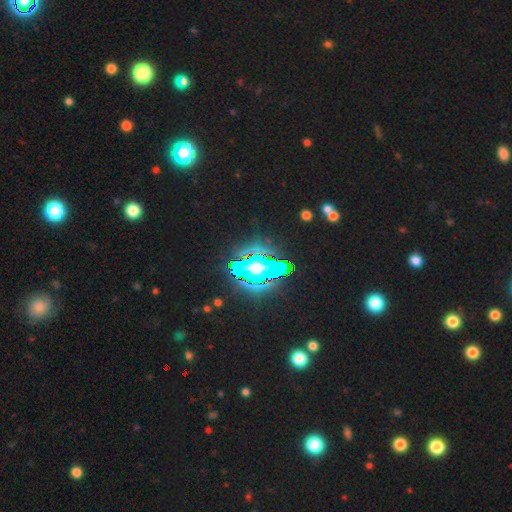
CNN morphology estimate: Smooth or featured: star or artifact — 81% (smooth — 10%)